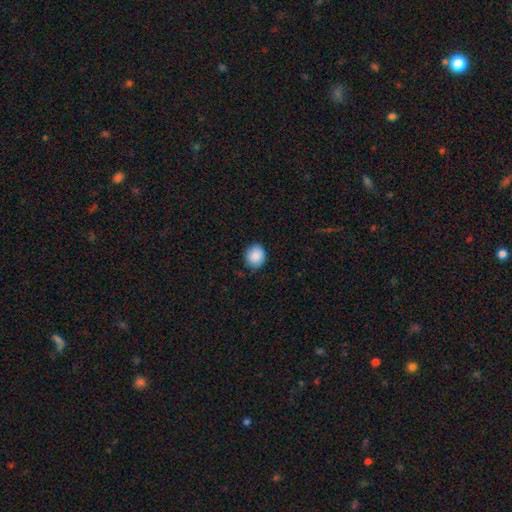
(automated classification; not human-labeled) Smooth or featured? smooth (88%)
How rounded? round (75%)
Merging? none (83%)